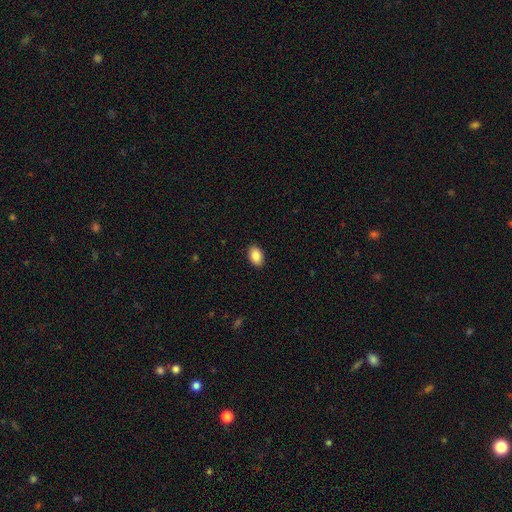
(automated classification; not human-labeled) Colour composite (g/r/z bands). It shows a smooth galaxy with no disk features (87%) that is in between round and cigar-shaped (87%). Merging: none (90%).